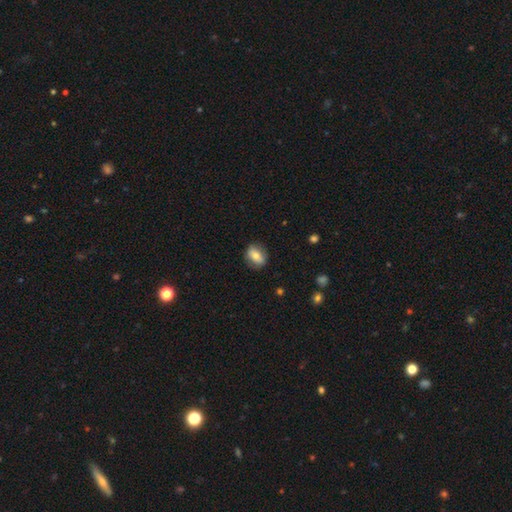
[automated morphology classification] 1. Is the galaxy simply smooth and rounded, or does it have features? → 65% smooth, 27% featured or disk, 8% star or artifact.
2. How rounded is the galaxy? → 62% in between, 36% round, 2% cigar-shaped.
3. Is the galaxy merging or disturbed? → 80% none, 15% minor disturbance, 4% major disturbance, 1% merger.